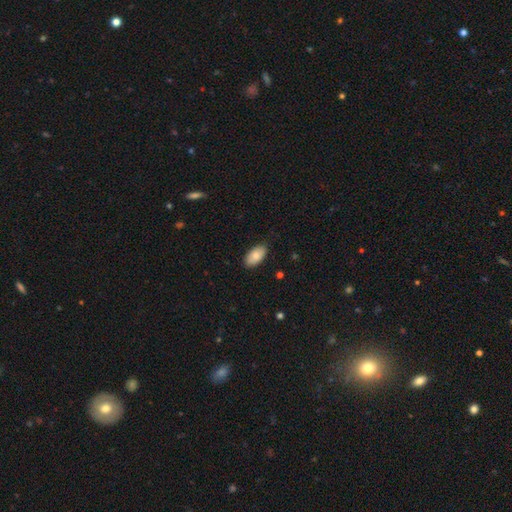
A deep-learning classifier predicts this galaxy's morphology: The model was most divided on "smooth or featured": smooth: 84%, featured or disk: 10%, star or artifact: 6%. More confident: how rounded — in between (95%); merging — none (85%).